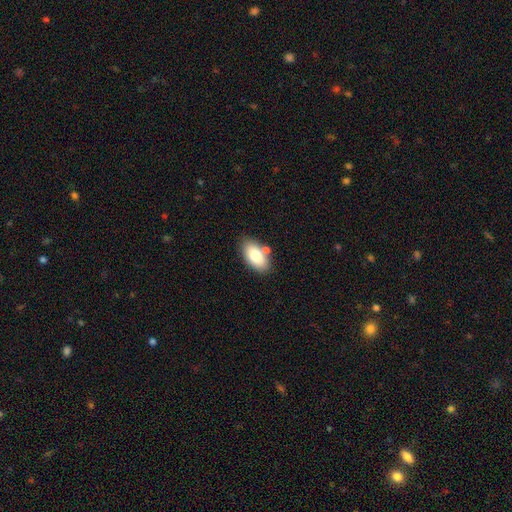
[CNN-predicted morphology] Smooth or featured? Predicted: smooth (p=0.80). How rounded? Predicted: in between (p=0.94). Merging? Predicted: none (p=0.73).